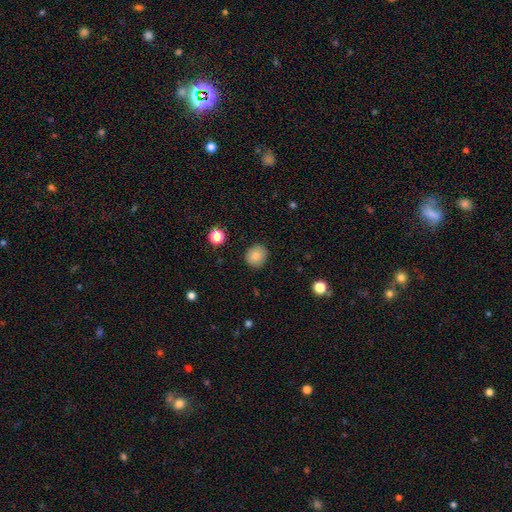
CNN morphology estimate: Smooth or featured? smooth (84%)
How rounded? round (80%)
Merging? none (89%)